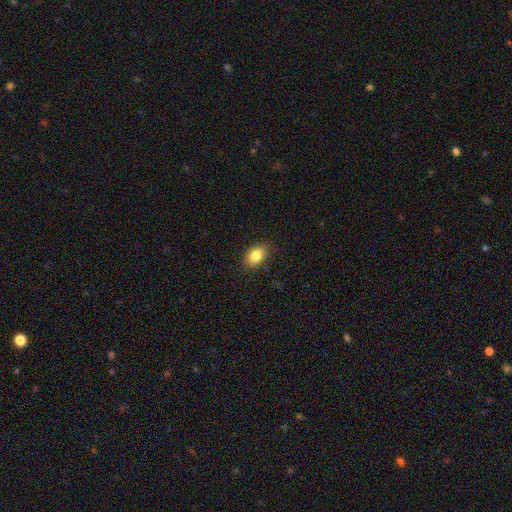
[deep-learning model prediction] smooth 84%, star or artifact 9%, featured or disk 7%. Down the decision tree: how rounded — in between (77%); merging — none (87%).